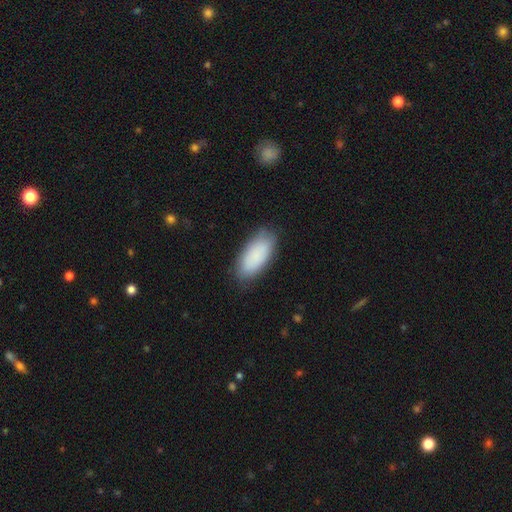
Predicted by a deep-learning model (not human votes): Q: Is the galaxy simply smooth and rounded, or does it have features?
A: smooth — 86%.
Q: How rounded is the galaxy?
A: in between — 89%.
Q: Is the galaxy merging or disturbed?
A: none — 81%.